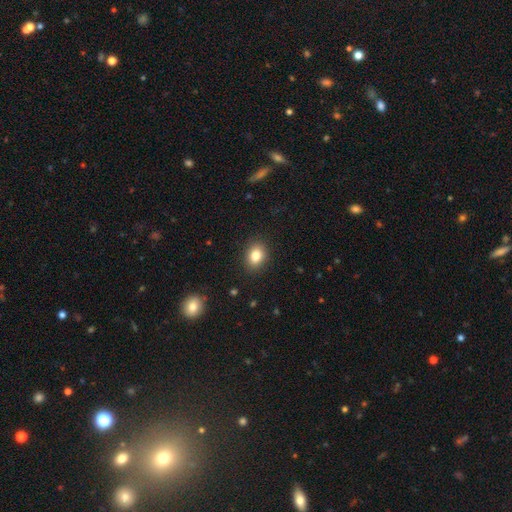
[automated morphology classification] smooth-or-featured: smooth: 82% | star or artifact: 10% | featured or disk: 8%
  how-rounded: in between: 58% | round: 41% | cigar-shaped: 1%
  merging: none: 89% | minor disturbance: 8% | major disturbance: 2% | merger: 1%